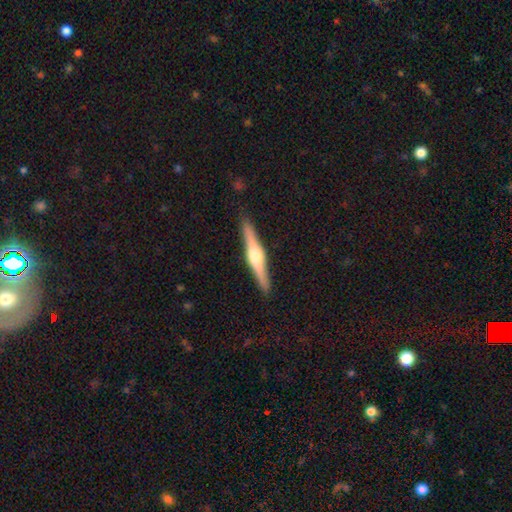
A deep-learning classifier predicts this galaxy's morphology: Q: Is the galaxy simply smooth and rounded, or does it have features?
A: featured or disk — 72%.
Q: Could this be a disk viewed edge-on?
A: yes — 98%.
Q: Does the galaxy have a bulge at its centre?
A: rounded — 91%.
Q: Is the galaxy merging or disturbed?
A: none — 91%.